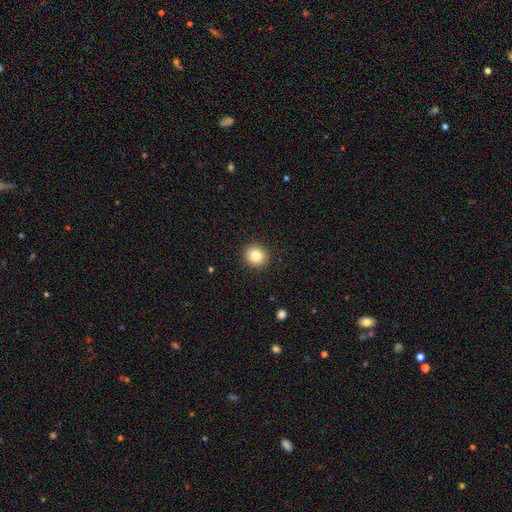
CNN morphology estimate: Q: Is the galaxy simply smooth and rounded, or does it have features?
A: smooth — 83%.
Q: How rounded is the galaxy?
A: round — 84%.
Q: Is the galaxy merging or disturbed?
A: none — 92%.